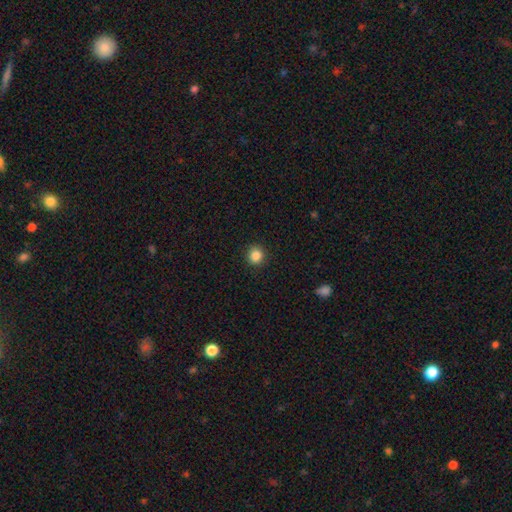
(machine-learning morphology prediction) This is clearly a smooth galaxy (86%). How rounded: clearly round (91%). Merging: clearly none (92%).